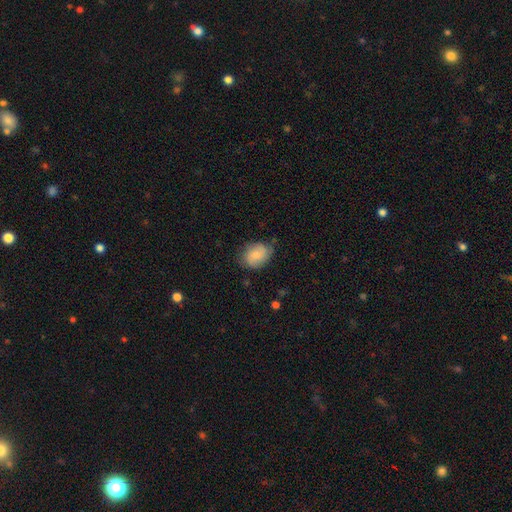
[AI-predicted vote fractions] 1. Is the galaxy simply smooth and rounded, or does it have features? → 71% smooth, 22% featured or disk, 7% star or artifact.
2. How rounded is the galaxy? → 61% in between, 38% round, 1% cigar-shaped.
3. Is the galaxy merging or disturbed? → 66% none, 26% minor disturbance, 6% major disturbance, 2% merger.